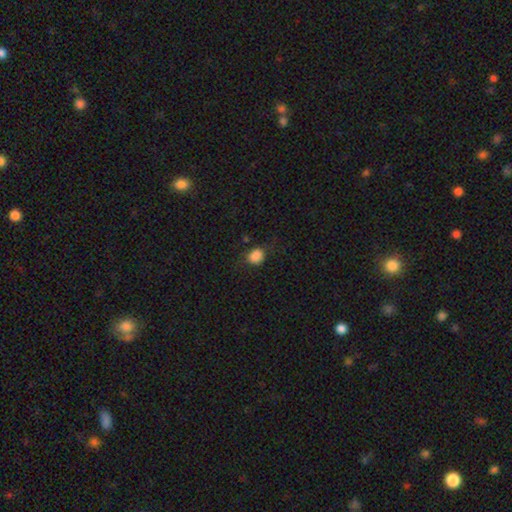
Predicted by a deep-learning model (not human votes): Smooth or featured? Predicted: smooth (p=0.85). How rounded? Predicted: round (p=0.62). Merging? Predicted: none (p=0.70).